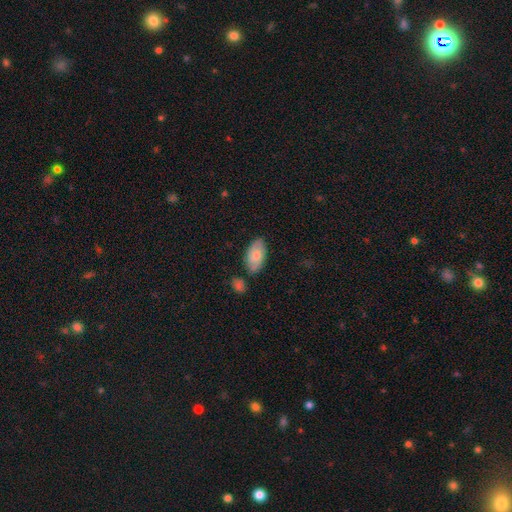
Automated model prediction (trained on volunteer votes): Overall: smooth (71%). How rounded: in between (94%). Merging: none (73%).